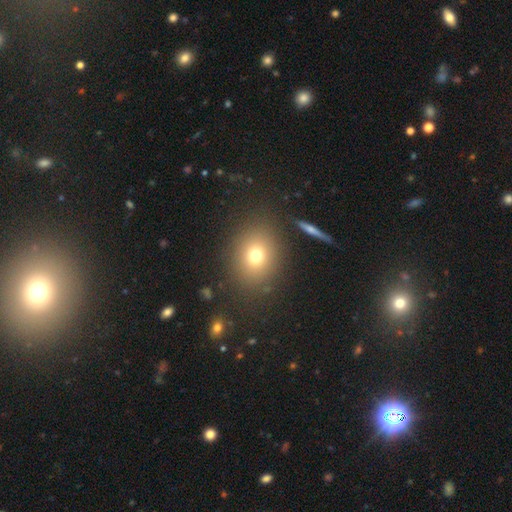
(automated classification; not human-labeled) Smooth or featured?
  - smooth: 73% *
  - star or artifact: 15%
  - featured or disk: 12%
How rounded?
  - round: 60% *
  - in between: 39%
  - cigar-shaped: 1%
Merging?
  - none: 84% *
  - minor disturbance: 9%
  - major disturbance: 5%
  - merger: 3%